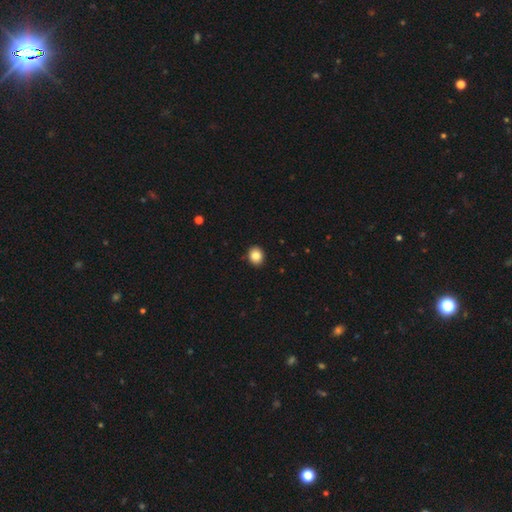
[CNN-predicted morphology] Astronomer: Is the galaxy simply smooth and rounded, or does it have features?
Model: smooth — 85%.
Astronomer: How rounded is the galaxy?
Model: round — 62%.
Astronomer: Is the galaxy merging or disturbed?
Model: none — 92%.